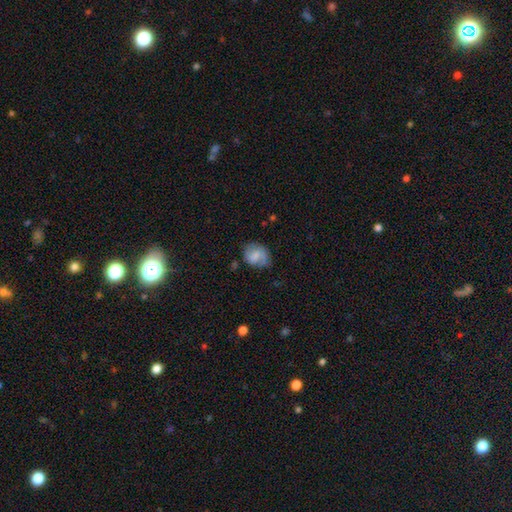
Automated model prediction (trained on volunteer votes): Q: Smooth or featured?
A: smooth (52%); runner-up: featured or disk (39%)
Q: How rounded?
A: round (53%); runner-up: in between (46%)
Q: Merging?
A: none (62%); runner-up: minor disturbance (26%)